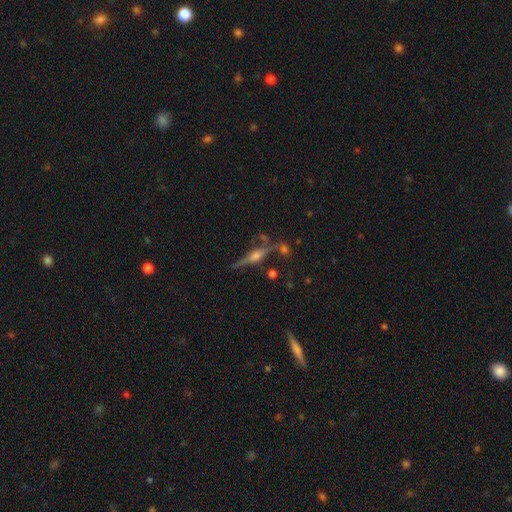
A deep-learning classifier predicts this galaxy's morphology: Smooth or featured: featured or disk — 80% (smooth — 11%)
Edge-on disk: yes — 96% (no — 4%)
Edge-on bulge: rounded — 89% (boxy — 7%)
Merging: none — 73% (minor disturbance — 14%)